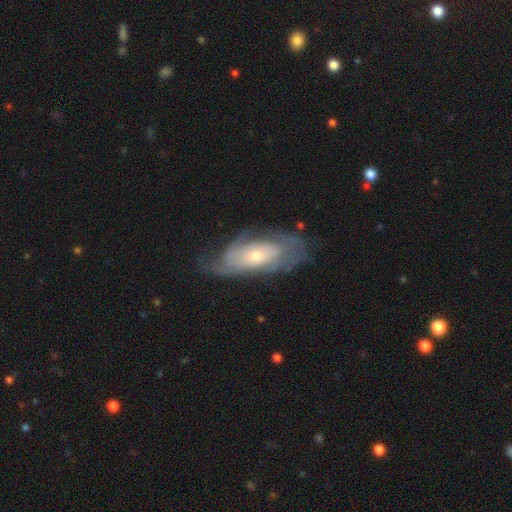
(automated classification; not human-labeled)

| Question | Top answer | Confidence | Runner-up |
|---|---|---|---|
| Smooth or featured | featured or disk | 68% | smooth (25%) |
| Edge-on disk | no | 88% | yes (12%) |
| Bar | no | 78% | weak (18%) |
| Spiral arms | yes | 75% | no (25%) |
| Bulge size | small | 52% | moderate (42%) |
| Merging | none | 58% | minor disturbance (24%) |